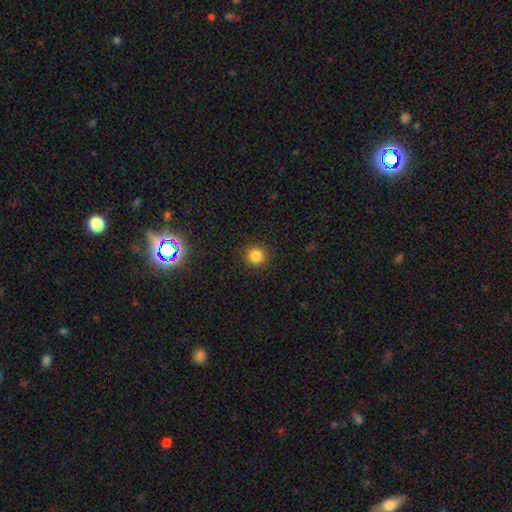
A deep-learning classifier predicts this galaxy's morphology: Smooth or featured? smooth (83%)
How rounded? round (92%)
Merging? none (90%)